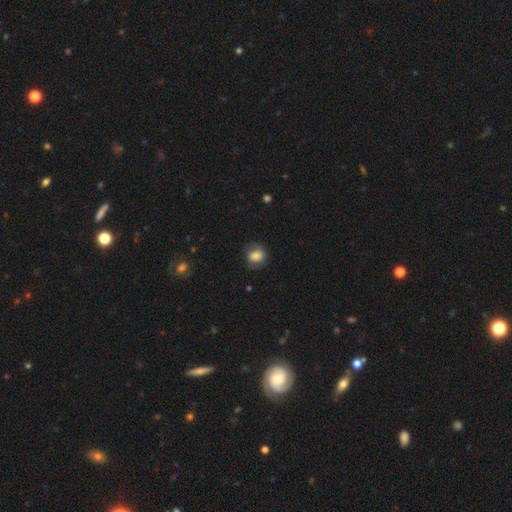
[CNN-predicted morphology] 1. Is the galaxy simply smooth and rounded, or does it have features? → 77% smooth, 14% featured or disk, 9% star or artifact.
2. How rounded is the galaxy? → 62% round, 37% in between, 1% cigar-shaped.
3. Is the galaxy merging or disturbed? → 73% none, 19% minor disturbance, 7% major disturbance, 1% merger.